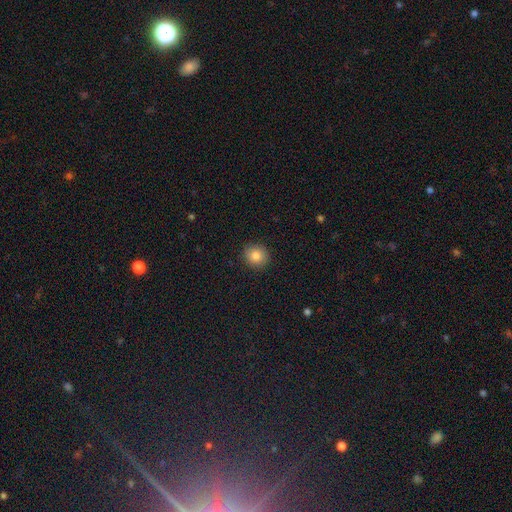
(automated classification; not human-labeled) Smooth or featured? Predicted: smooth (p=0.84). How rounded? Predicted: round (p=0.86). Merging? Predicted: none (p=0.91).